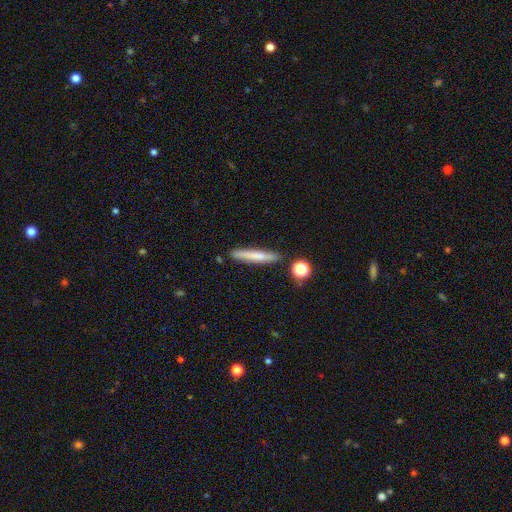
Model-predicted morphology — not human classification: Smooth or featured? Predicted: smooth (p=0.66). How rounded? Predicted: cigar-shaped (p=0.93). Merging? Predicted: none (p=0.83).